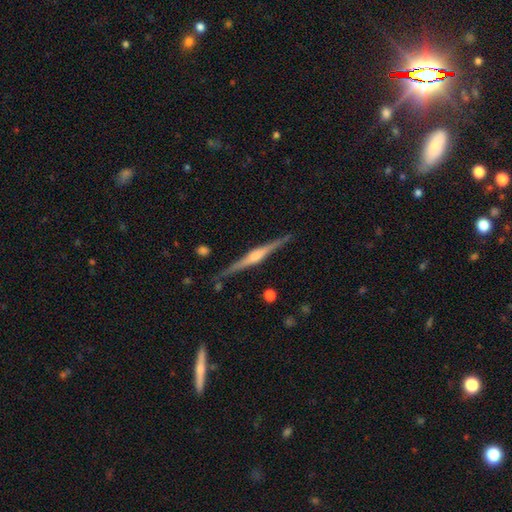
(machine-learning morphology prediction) The model was most divided on "edge-on bulge": rounded: 82%, boxy: 12%, none: 6%. More confident: edge-on disk — yes (98%); merging — none (89%); smooth or featured — featured or disk (86%).